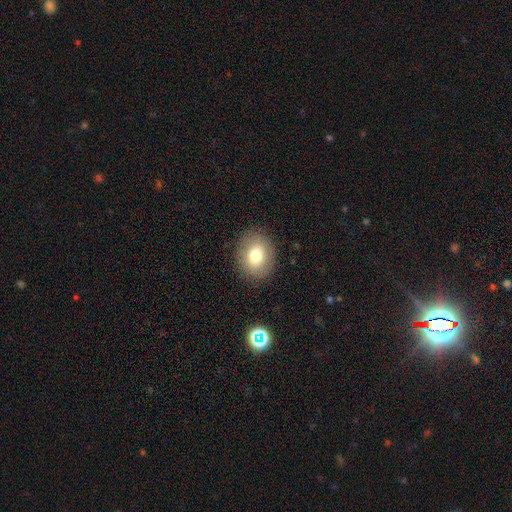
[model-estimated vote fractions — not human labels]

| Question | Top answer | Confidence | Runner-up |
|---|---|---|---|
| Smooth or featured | smooth | 76% | featured or disk (14%) |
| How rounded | round | 52% | in between (47%) |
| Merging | none | 87% | minor disturbance (9%) |